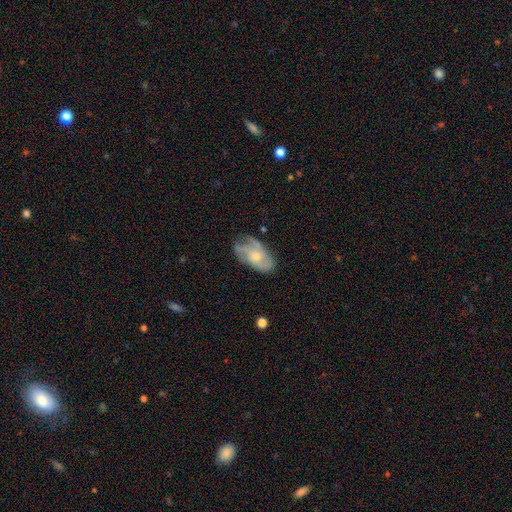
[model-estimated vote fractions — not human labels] This is likely a featured or disk galaxy (60%). It is clearly not viewed edge-on (95%). Bar: clearly no (81%). Spiral arm pattern: likely yes (76%). Central bulge: possibly small (54%). Merging: possibly none (55%).